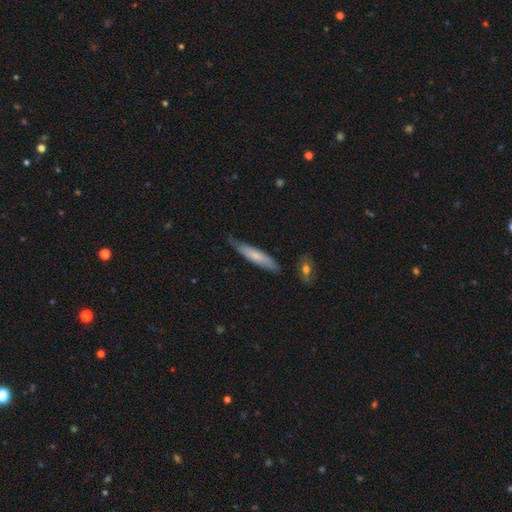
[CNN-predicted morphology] Q: Smooth or featured?
A: smooth (63%); runner-up: featured or disk (32%)
Q: How rounded?
A: cigar-shaped (86%); runner-up: in between (13%)
Q: Merging?
A: none (67%); runner-up: minor disturbance (26%)